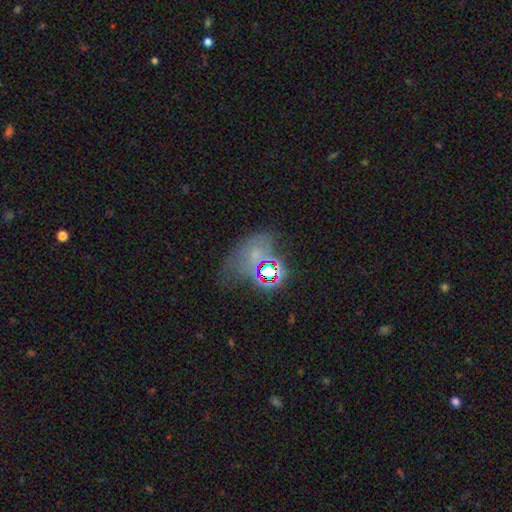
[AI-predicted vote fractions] Overall: star or artifact (44%; smooth 34%).